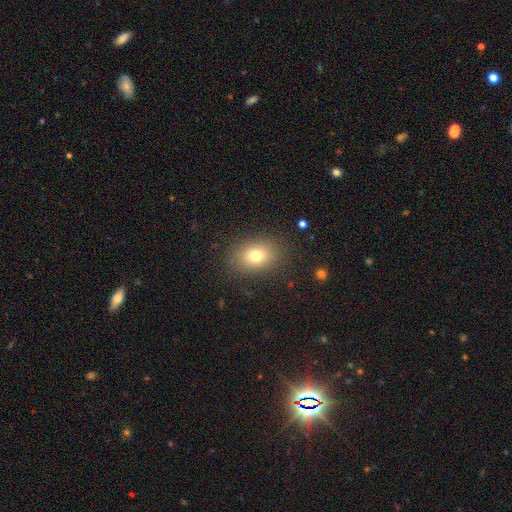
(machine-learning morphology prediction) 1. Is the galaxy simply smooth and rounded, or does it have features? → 77% smooth, 12% star or artifact, 11% featured or disk.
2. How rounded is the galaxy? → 69% in between, 30% round, 1% cigar-shaped.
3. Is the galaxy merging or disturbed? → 85% none, 10% minor disturbance, 4% major disturbance, 1% merger.